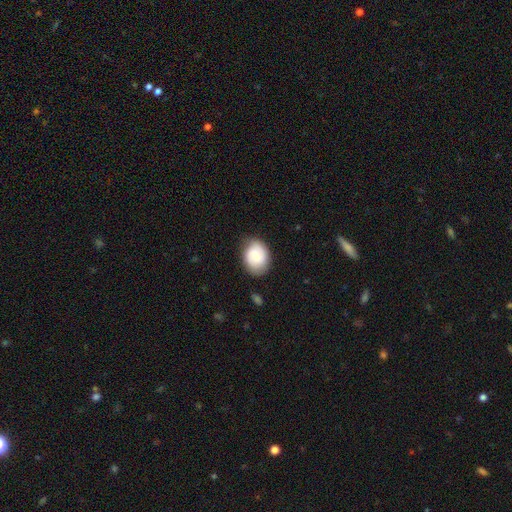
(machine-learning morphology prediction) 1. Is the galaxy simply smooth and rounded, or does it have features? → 67% smooth, 26% featured or disk, 7% star or artifact.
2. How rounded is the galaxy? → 56% in between, 44% round, 1% cigar-shaped.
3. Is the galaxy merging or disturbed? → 75% none, 19% minor disturbance, 4% major disturbance, 1% merger.